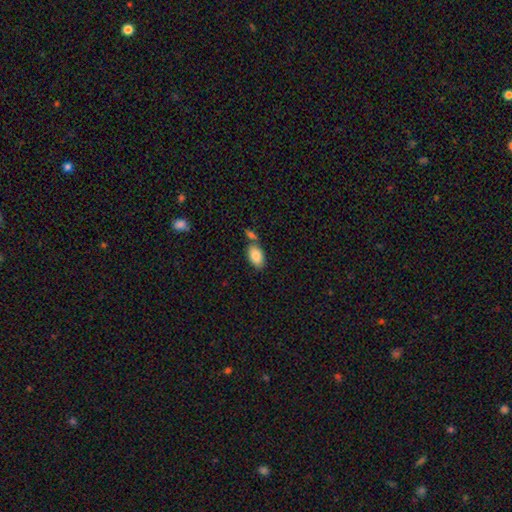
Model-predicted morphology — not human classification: The model was most divided on "merging": none: 60%, merger: 24%, minor disturbance: 13%, major disturbance: 3%. More confident: how rounded — in between (93%); smooth or featured — smooth (84%).